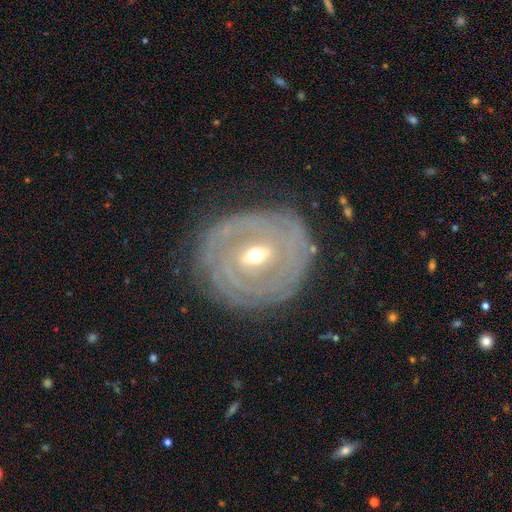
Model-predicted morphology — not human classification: Smooth or featured?
  - featured or disk: 83% *
  - smooth: 11%
  - star or artifact: 6%
Edge-on disk?
  - no: 94% *
  - yes: 6%
Bar?
  - weak: 47% *
  - strong: 31%
  - no: 22%
Spiral arms?
  - yes: 83% *
  - no: 17%
Spiral winding?
  - tight: 83% *
  - medium: 12%
  - loose: 5%
Spiral arm count?
  - can't tell: 47% *
  - 2: 18%
  - 3: 11%
  - 4: 9%
  - more than 4: 8%
  - 1: 6%
Bulge size?
  - moderate: 56% *
  - small: 40%
  - large: 3%
  - dominant: 1%
  - none: 1%
Merging?
  - none: 80% *
  - minor disturbance: 14%
  - major disturbance: 5%
  - merger: 1%